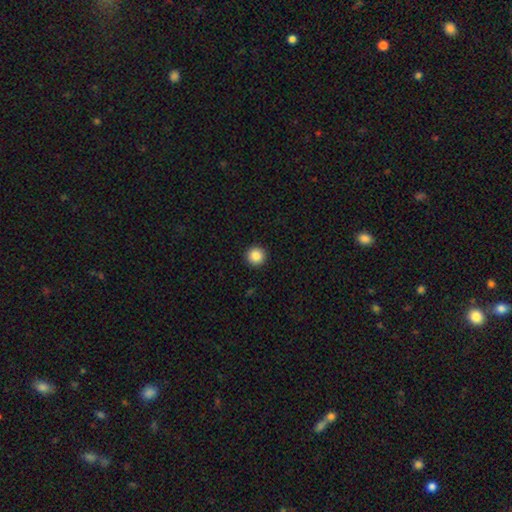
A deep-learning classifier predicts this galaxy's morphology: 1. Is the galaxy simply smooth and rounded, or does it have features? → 87% smooth, 9% star or artifact, 4% featured or disk.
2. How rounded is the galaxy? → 96% round, 3% in between, 1% cigar-shaped.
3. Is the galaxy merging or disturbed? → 94% none, 4% minor disturbance, 1% major disturbance, 1% merger.